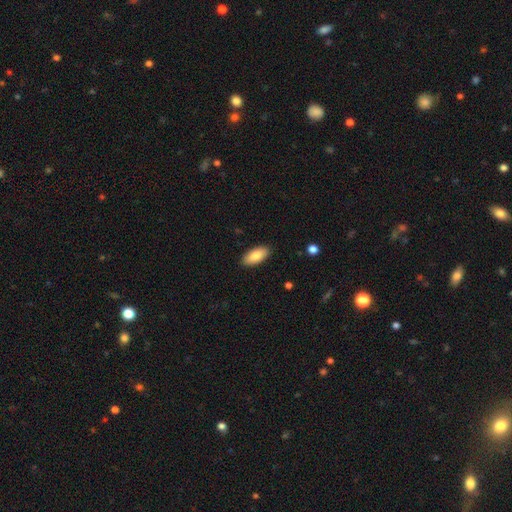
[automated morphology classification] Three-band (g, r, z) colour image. It shows a smooth galaxy with no disk features (86%) that is in between round and cigar-shaped (90%). Merging: none (89%).